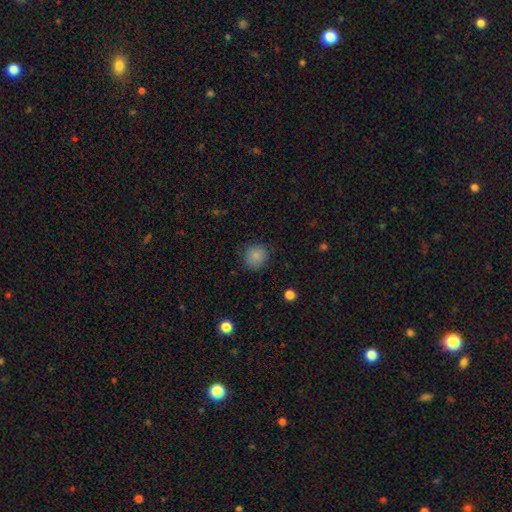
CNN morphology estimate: Overall: smooth (84%). How rounded: round (84%). Merging: none (82%).